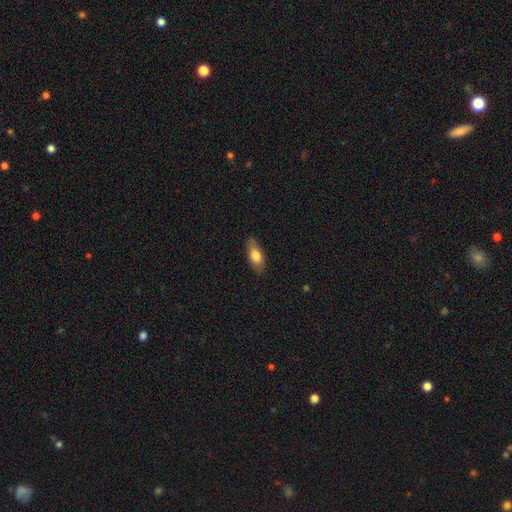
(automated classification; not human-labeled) smooth 74%, featured or disk 19%, star or artifact 7%. Down the decision tree: how rounded — in between (82%); merging — none (83%).